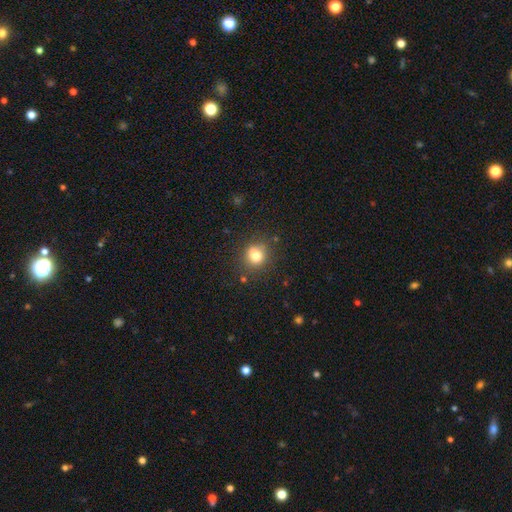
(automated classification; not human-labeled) smooth 79%, star or artifact 13%, featured or disk 9%. Down the decision tree: how rounded — round (84%); merging — none (77%).